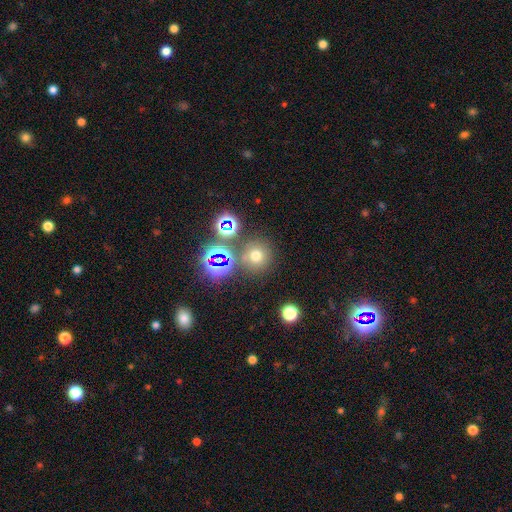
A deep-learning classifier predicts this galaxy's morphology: The model was most divided on "smooth or featured": smooth: 60%, star or artifact: 30%, featured or disk: 10%. More confident: how rounded — round (92%); merging — none (75%).